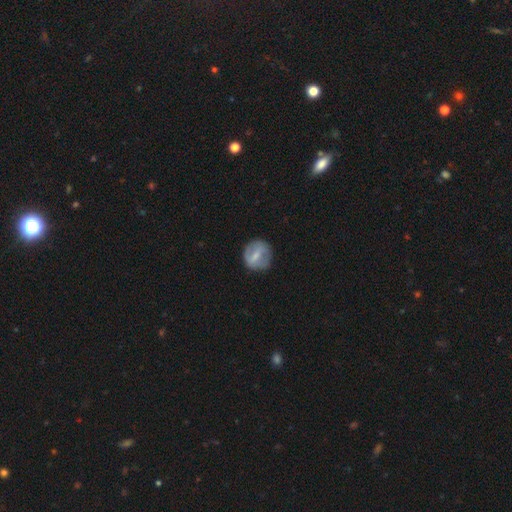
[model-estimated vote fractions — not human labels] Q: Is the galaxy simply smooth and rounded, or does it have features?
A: smooth — 47%, tied with featured or disk.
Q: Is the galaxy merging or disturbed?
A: none — 80%.